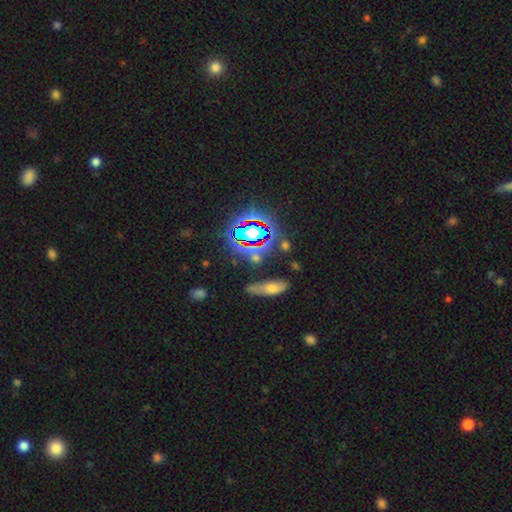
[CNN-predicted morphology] This is possibly a star or artifact rather than a galaxy (59%).